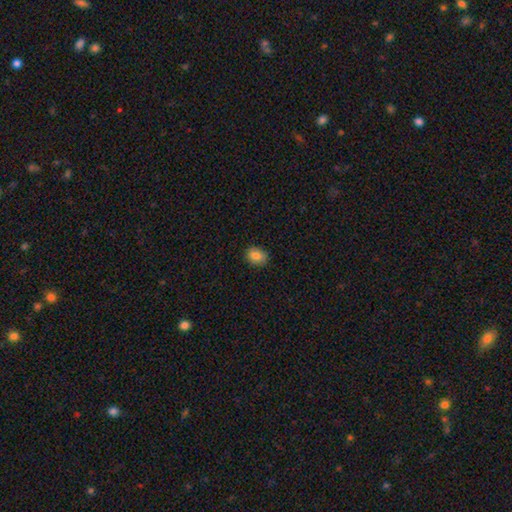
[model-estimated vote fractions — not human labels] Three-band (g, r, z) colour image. It shows a smooth galaxy with no disk features (84%) that is in between round and cigar-shaped (59%). Merging: none (88%).